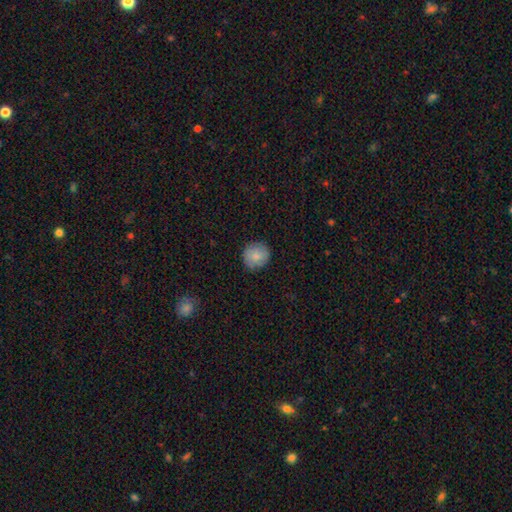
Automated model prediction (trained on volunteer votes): Morphology: type=smooth (84%); roundness=round (91%); merging=none (87%).